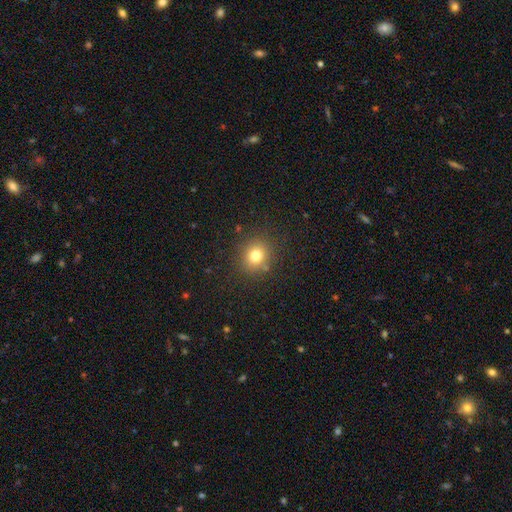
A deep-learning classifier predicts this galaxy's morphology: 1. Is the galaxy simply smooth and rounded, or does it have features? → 77% smooth, 15% star or artifact, 8% featured or disk.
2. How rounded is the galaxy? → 81% round, 18% in between, 1% cigar-shaped.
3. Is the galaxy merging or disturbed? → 86% none, 8% minor disturbance, 3% major disturbance, 2% merger.